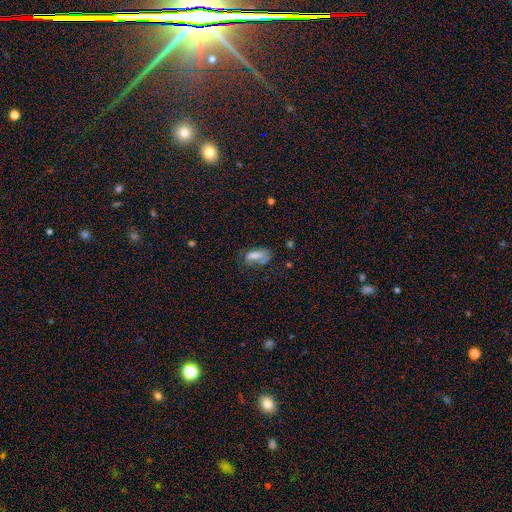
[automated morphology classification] Smooth or featured?
  - smooth: 71% *
  - featured or disk: 17%
  - star or artifact: 12%
How rounded?
  - in between: 74% *
  - cigar-shaped: 22%
  - round: 4%
Merging?
  - none: 42% *
  - minor disturbance: 28%
  - major disturbance: 23%
  - merger: 6%